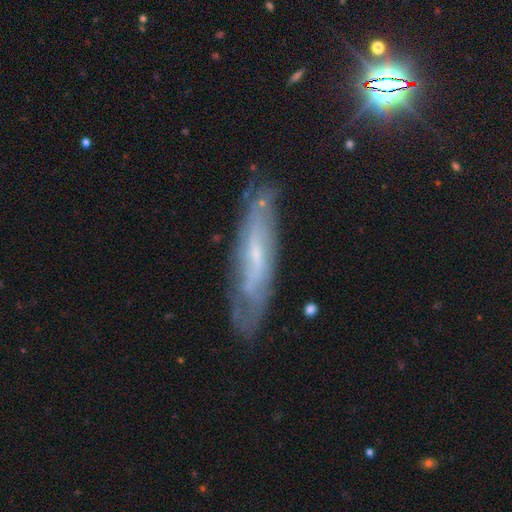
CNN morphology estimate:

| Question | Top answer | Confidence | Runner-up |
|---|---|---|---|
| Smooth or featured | featured or disk | 64% | smooth (27%) |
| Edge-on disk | no | 56% | yes (44%) |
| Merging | none | 75% | minor disturbance (18%) |